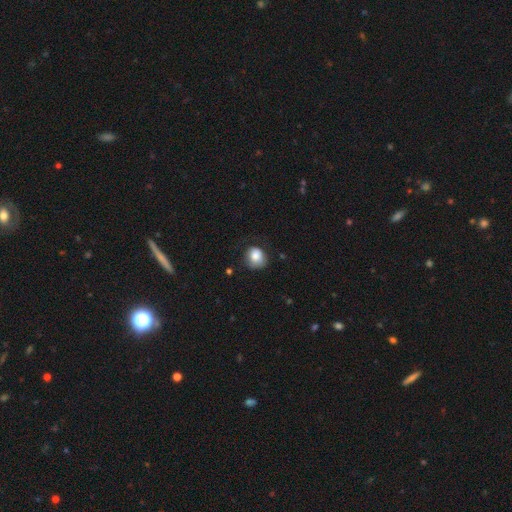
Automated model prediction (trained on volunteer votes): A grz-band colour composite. It shows a smooth galaxy with no disk features (82%) that is round (75%). Merging: none (56%).